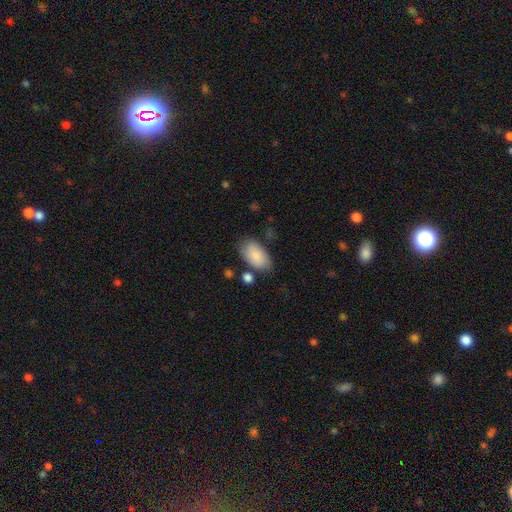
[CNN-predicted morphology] smooth_or_featured: smooth (p=0.85) [alt: featured or disk p=0.09]
how_rounded: in between (p=0.94) [alt: round p=0.04]
merging: none (p=0.71) [alt: minor disturbance p=0.18]